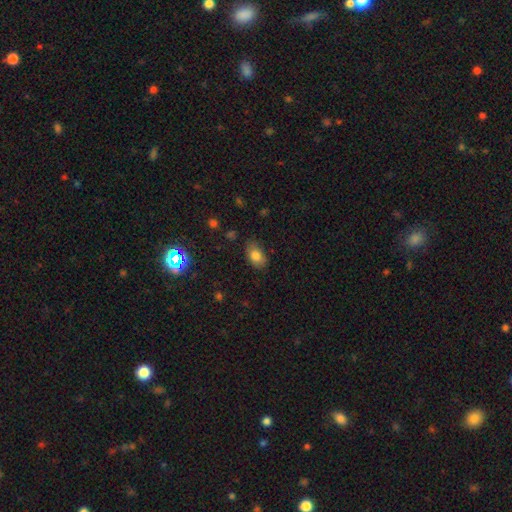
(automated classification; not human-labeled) Smooth or featured: smooth — 80% (star or artifact — 10%)
How rounded: in between — 87% (round — 11%)
Merging: none — 79% (minor disturbance — 17%)